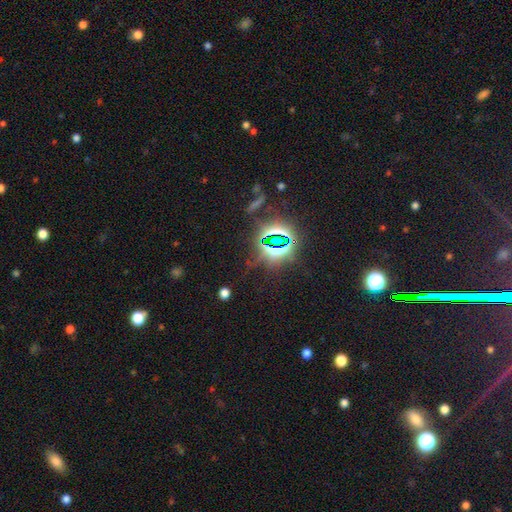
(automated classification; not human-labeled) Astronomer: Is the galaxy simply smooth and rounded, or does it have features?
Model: star or artifact — 76%.